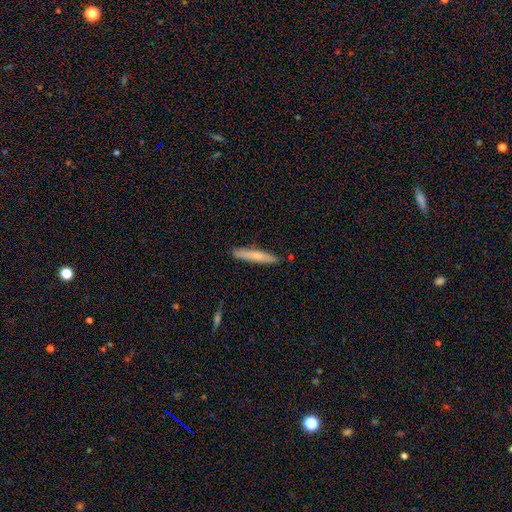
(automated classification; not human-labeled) Overall: smooth (65%; featured or disk 29%). How rounded: cigar-shaped (92%). Merging: none (86%).